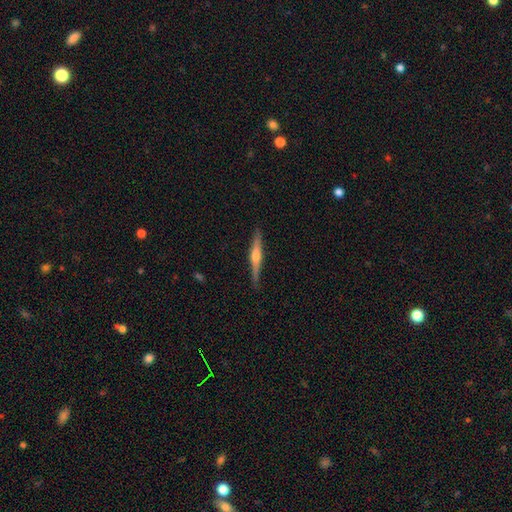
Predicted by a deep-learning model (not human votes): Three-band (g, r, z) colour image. It shows a featured or disk galaxy (73%) viewed edge-on (98%) with a rounded central bulge (87%). Merging: none (89%).